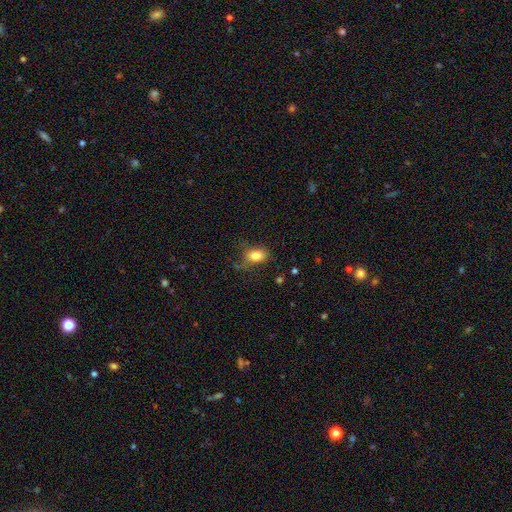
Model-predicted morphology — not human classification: smooth_or_featured: smooth (p=0.82) [alt: star or artifact p=0.09]
how_rounded: in between (p=0.80) [alt: round p=0.18]
merging: none (p=0.66) [alt: minor disturbance p=0.23]